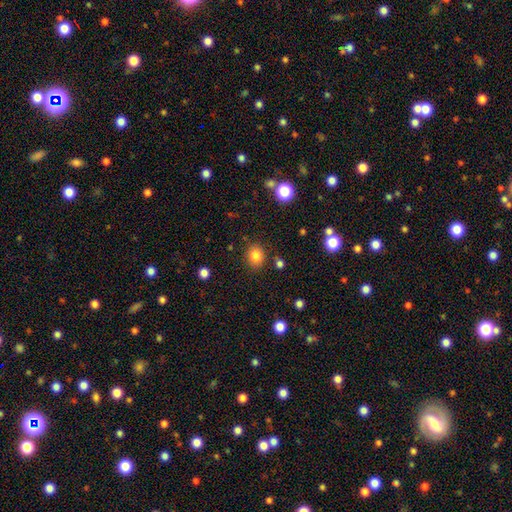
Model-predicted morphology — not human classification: Smooth or featured? smooth (82%)
How rounded? round (70%)
Merging? none (83%)